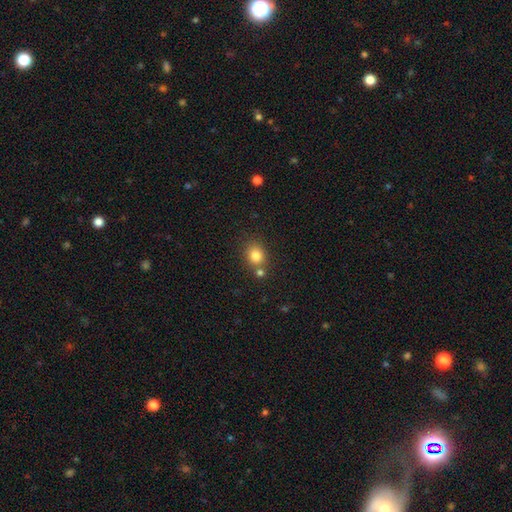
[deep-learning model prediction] smooth 82%, star or artifact 11%, featured or disk 6%. Down the decision tree: how rounded — round (70%); merging — none (68%).